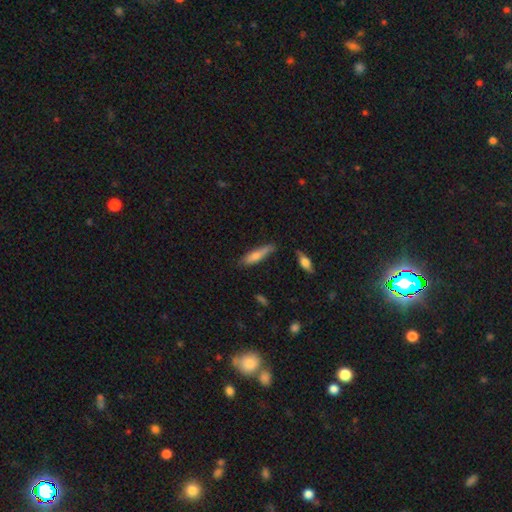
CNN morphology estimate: Smooth or featured: smooth — 69% (featured or disk — 25%)
How rounded: cigar-shaped — 78% (in between — 20%)
Merging: none — 71% (minor disturbance — 21%)